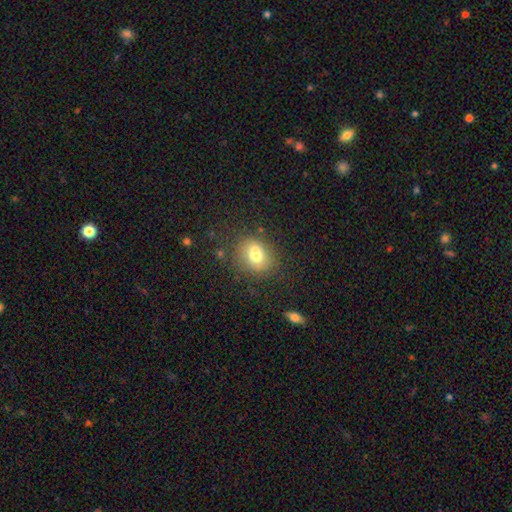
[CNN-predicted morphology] Q: Smooth or featured?
A: smooth (73%); runner-up: featured or disk (16%)
Q: How rounded?
A: round (57%); runner-up: in between (42%)
Q: Merging?
A: none (65%); runner-up: minor disturbance (17%)